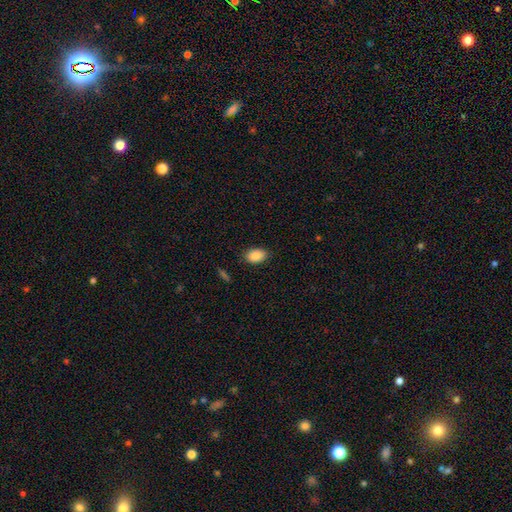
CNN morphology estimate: type=smooth (89%); roundness=in between (88%); merging=none (87%).